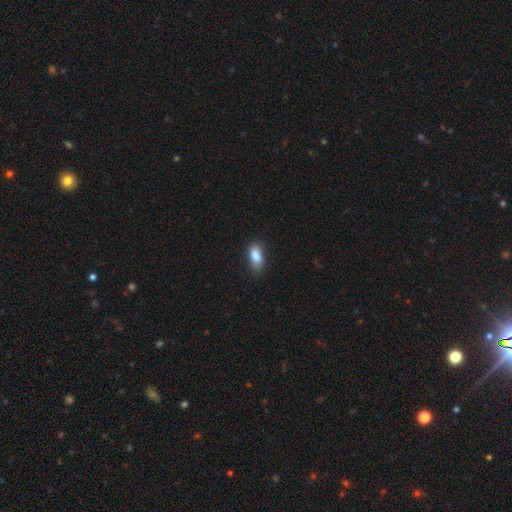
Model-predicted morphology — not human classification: Overall: smooth (87%). How rounded: in between (88%). Merging: none (72%).